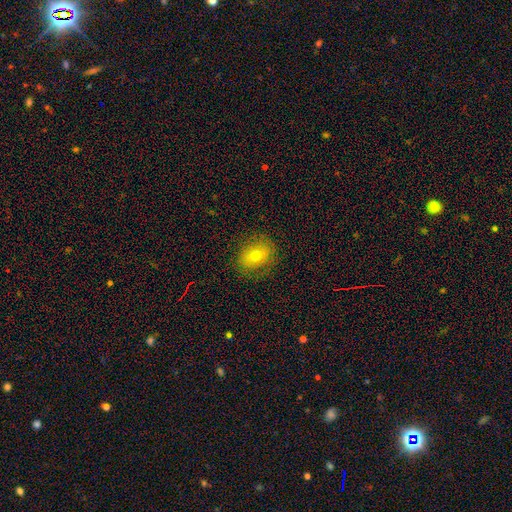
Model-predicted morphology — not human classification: A smooth galaxy with no disk features (67%) that is in between round and cigar-shaped (52%). Merging: none (82%).